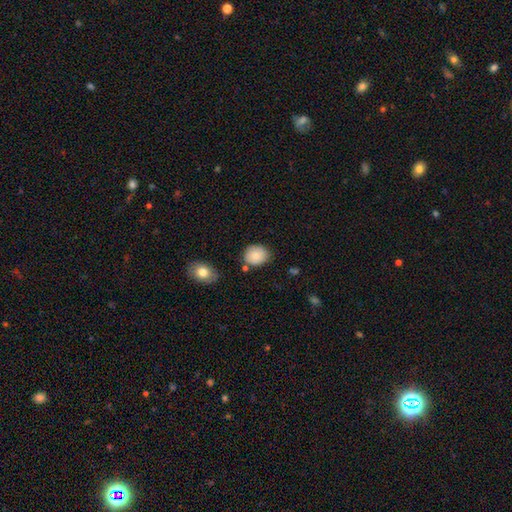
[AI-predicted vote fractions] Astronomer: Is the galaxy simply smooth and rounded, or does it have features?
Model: smooth — 79%.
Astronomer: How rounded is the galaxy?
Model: round — 66%.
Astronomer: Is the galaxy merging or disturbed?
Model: none — 74%.